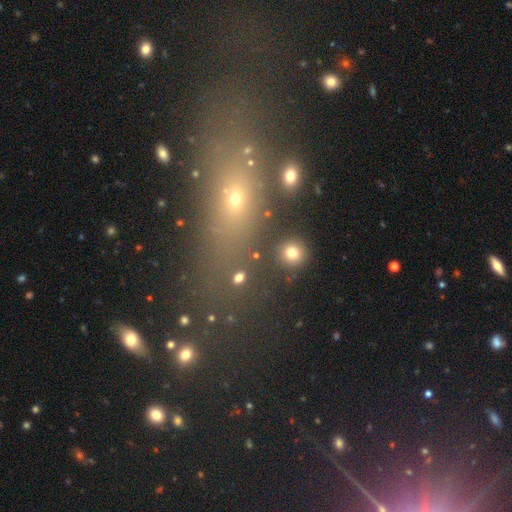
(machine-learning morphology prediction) Overall: smooth (64%; star or artifact 25%). How rounded: round (55%; in between 35%). Merging: none (73%).